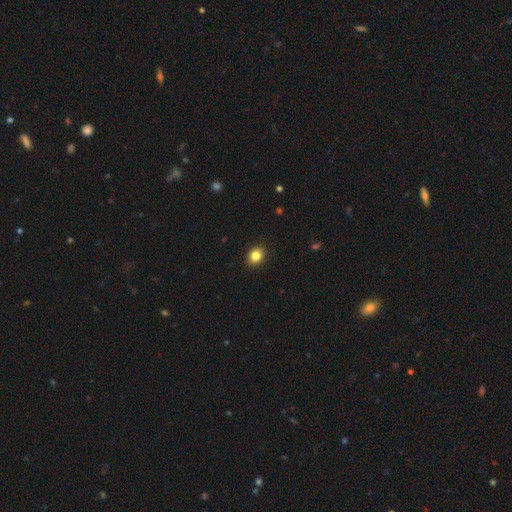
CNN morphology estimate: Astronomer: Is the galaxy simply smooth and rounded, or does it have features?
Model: smooth — 85%.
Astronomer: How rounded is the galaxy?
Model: in between — 54% (runner-up: round, 45%).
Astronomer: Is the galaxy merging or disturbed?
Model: none — 90%.